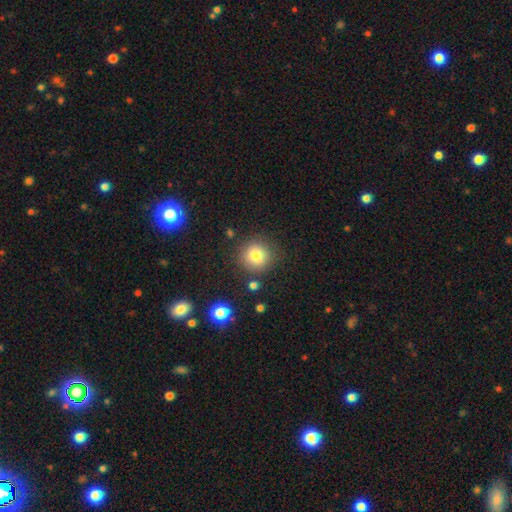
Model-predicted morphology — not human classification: Smooth or featured? Predicted: smooth (p=0.81). How rounded? Predicted: round (p=0.91). Merging? Predicted: none (p=0.84).